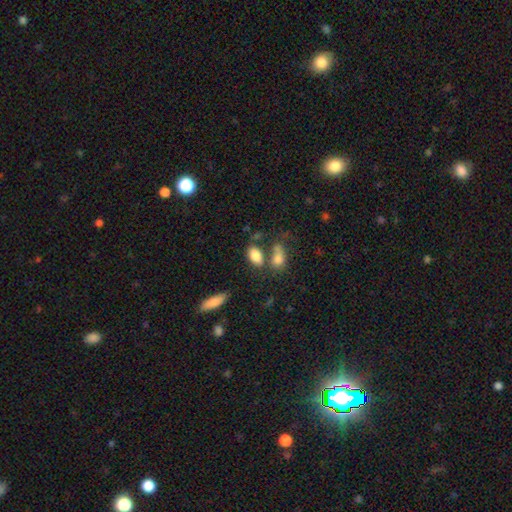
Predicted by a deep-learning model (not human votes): Morphology: type=smooth (82%); roundness=in between (89%); merging=none (52%).